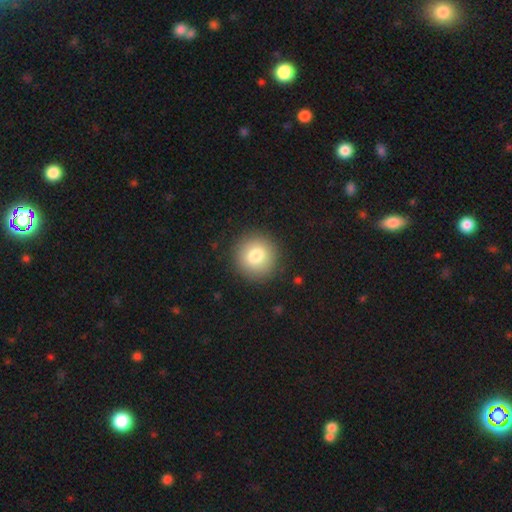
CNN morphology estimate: Smooth or featured: smooth — 80% (featured or disk — 10%)
How rounded: round — 93% (in between — 6%)
Merging: none — 90% (minor disturbance — 6%)